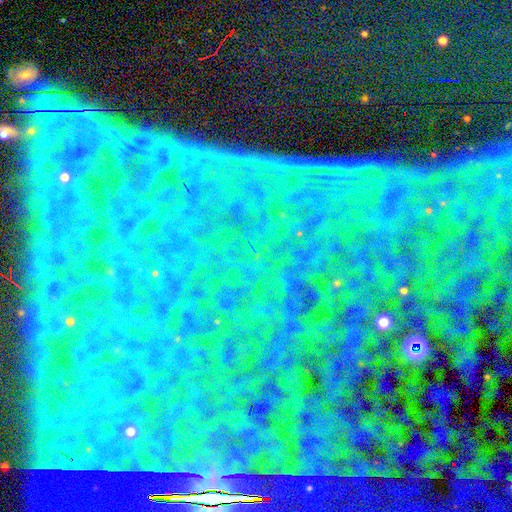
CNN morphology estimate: Smooth or featured: star or artifact — 85% (featured or disk — 8%)